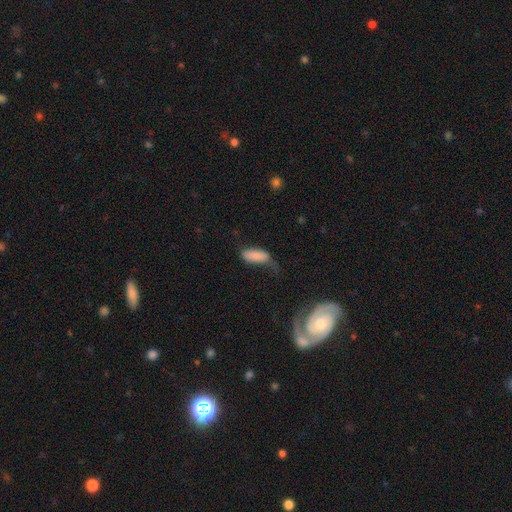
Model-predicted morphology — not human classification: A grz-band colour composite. It shows a smooth galaxy with no disk features (84%) that is in between round and cigar-shaped (76%). Merging: none (35%).